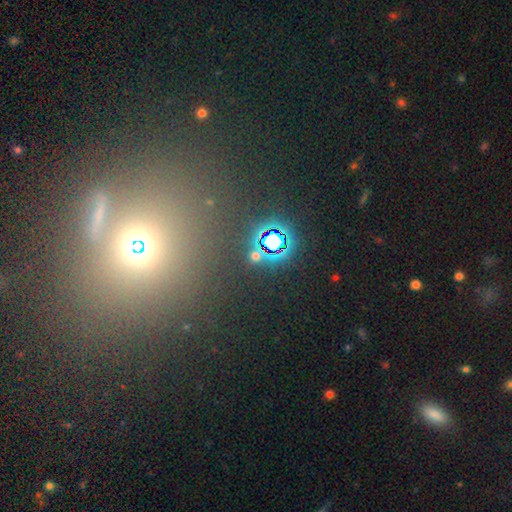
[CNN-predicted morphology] The model was most divided on "smooth or featured": star or artifact: 63%, smooth: 29%, featured or disk: 8%.